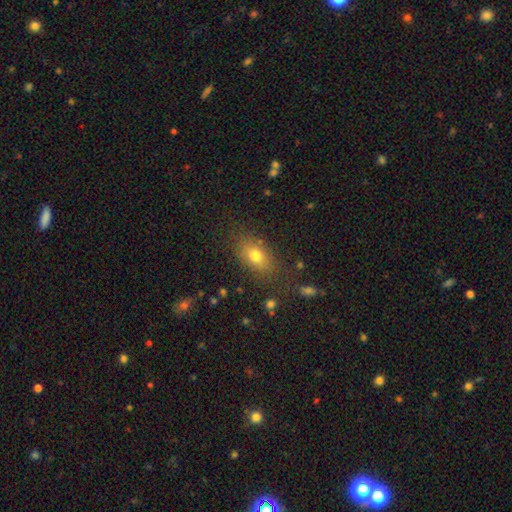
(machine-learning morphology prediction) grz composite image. It shows a smooth galaxy with no disk features (75%) that is in between round and cigar-shaped (80%). Merging: none (79%).